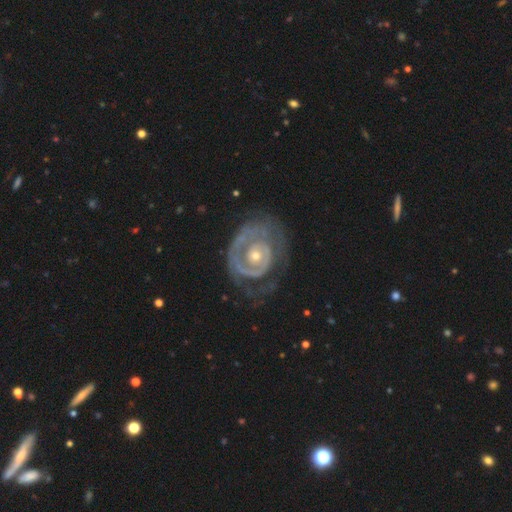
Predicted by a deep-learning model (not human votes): Smooth or featured? Predicted: featured or disk (p=0.83). Edge-on disk? Predicted: no (p=0.97). Bar? Predicted: no (p=0.81). Spiral arms? Predicted: yes (p=0.81). Spiral winding? Predicted: tight (p=0.71). Spiral arm count? Predicted: 1 (p=0.35). Bulge size? Predicted: small (p=0.49). Merging? Predicted: none (p=0.55).